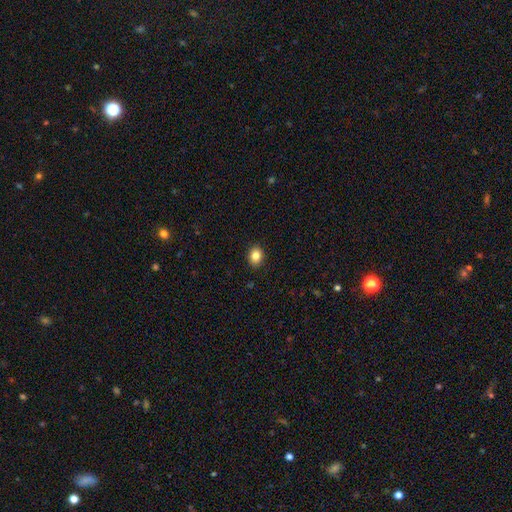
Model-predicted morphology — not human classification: smooth_or_featured: smooth (p=0.84) [alt: star or artifact p=0.10]
how_rounded: in between (p=0.57) [alt: round p=0.42]
merging: none (p=0.89) [alt: minor disturbance p=0.08]